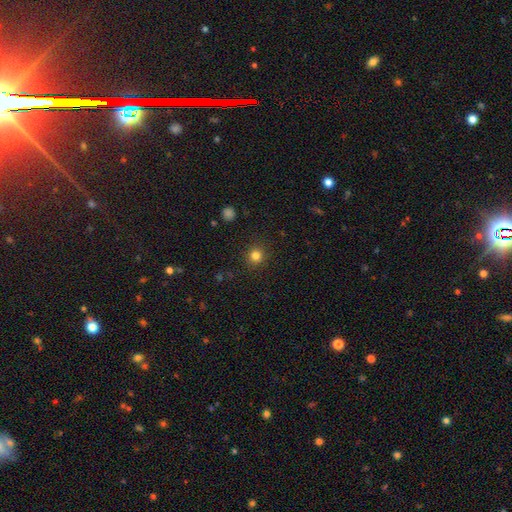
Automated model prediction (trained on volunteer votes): This appears to be a smooth galaxy with no disk features (81%) that is round (92%). Merging: none (91%).